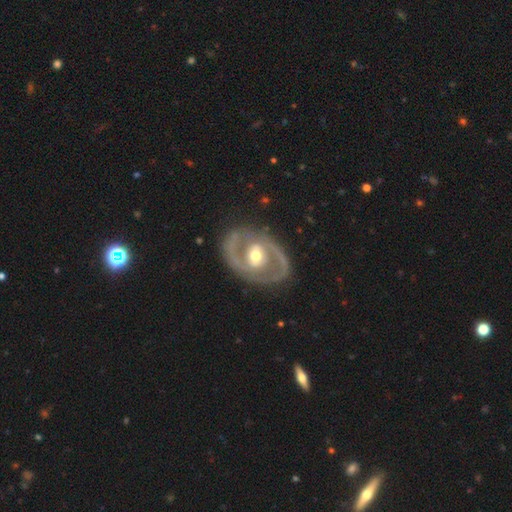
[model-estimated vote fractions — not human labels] Smooth or featured? Predicted: featured or disk (p=0.86). Edge-on disk? Predicted: no (p=0.96). Bar? Predicted: no (p=0.47). Spiral arms? Predicted: yes (p=0.84). Spiral winding? Predicted: medium (p=0.51). Spiral arm count? Predicted: 2 (p=0.89). Bulge size? Predicted: moderate (p=0.74). Merging? Predicted: none (p=0.81).